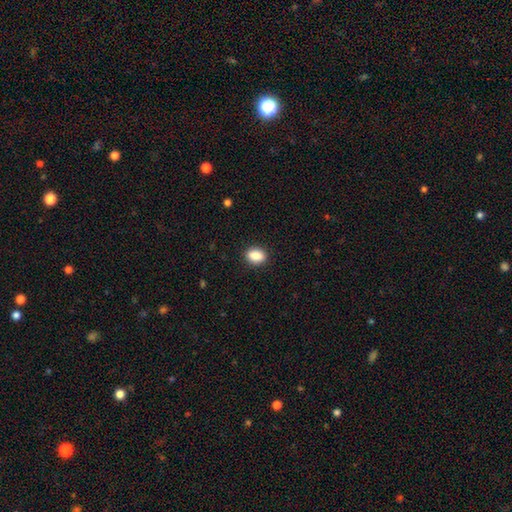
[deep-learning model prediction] smooth 88%, star or artifact 8%, featured or disk 4%. Down the decision tree: how rounded — in between (73%); merging — none (89%).